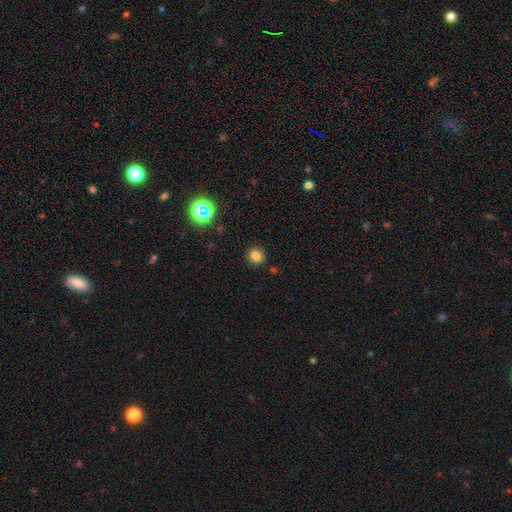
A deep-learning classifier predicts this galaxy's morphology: smooth-or-featured: smooth: 79% | star or artifact: 15% | featured or disk: 6%
  how-rounded: round: 84% | in between: 15% | cigar-shaped: 1%
  merging: none: 89% | minor disturbance: 7% | major disturbance: 2% | merger: 2%